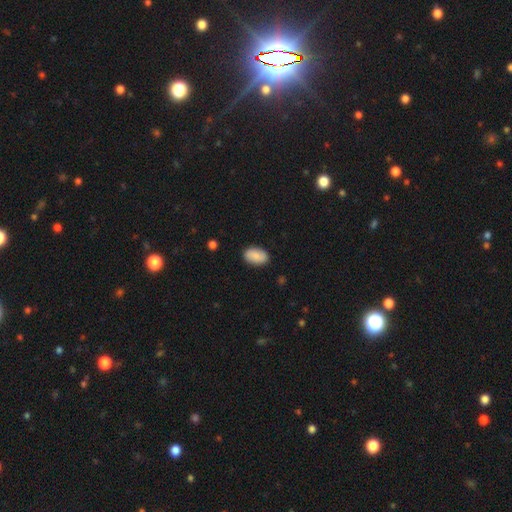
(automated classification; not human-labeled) A smooth galaxy with no disk features (88%) that is in between round and cigar-shaped (93%).

Vote fractions:
- Smooth or featured? smooth: 88% / star or artifact: 6% / featured or disk: 6%
- How rounded? in between: 93% / round: 6% / cigar-shaped: 2%
- Merging? none: 87% / minor disturbance: 10% / major disturbance: 2% / merger: 1%